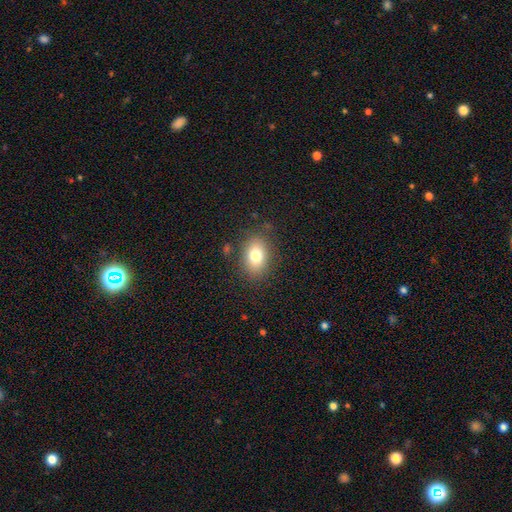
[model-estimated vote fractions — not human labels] A smooth galaxy with no disk features (78%) that is in between round and cigar-shaped (79%). Merging: none (82%).